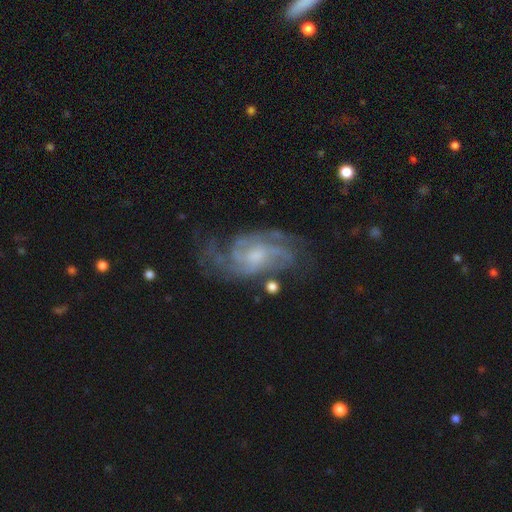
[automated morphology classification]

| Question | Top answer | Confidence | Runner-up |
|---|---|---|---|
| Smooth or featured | featured or disk | 86% | smooth (8%) |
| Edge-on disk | no | 96% | yes (4%) |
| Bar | no | 56% | weak (38%) |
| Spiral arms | yes | 95% | no (5%) |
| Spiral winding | medium | 46% | tight (39%) |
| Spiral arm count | can't tell | 27% | 2 (25%) |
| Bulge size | small | 41% | moderate (40%) |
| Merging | none | 64% | minor disturbance (20%) |